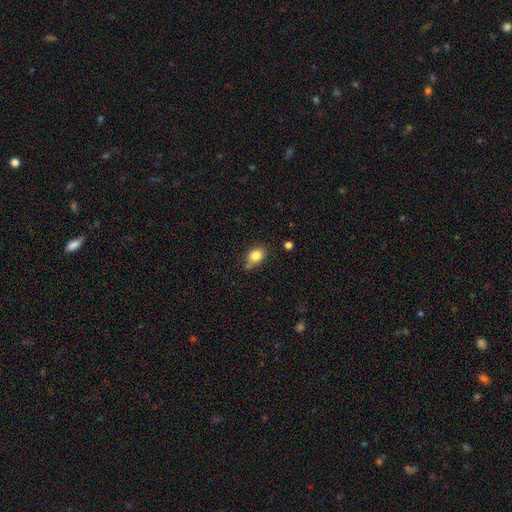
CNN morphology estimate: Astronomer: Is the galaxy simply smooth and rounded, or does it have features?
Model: smooth — 82%.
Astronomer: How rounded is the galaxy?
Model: in between — 64%.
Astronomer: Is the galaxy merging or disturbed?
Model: none — 62%.